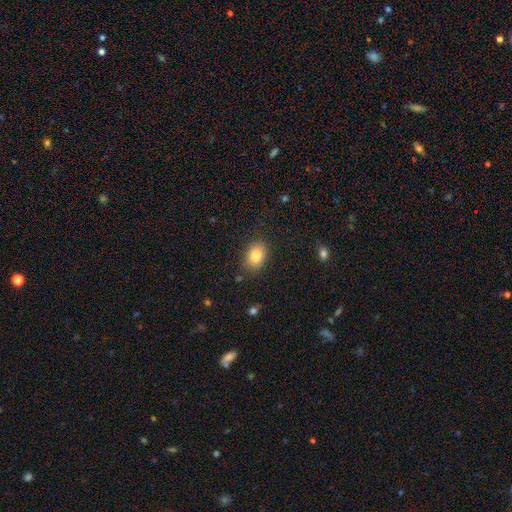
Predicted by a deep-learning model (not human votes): This is clearly a smooth galaxy (82%). How rounded: likely in between (74%). Merging: clearly none (84%).